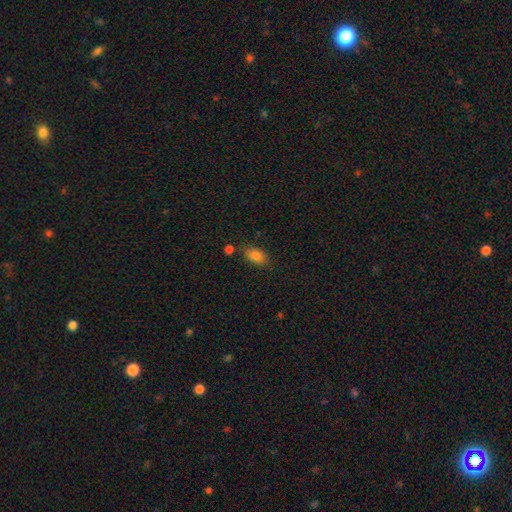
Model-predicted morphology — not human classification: Overall: smooth (82%). How rounded: in between (87%). Merging: none (75%).